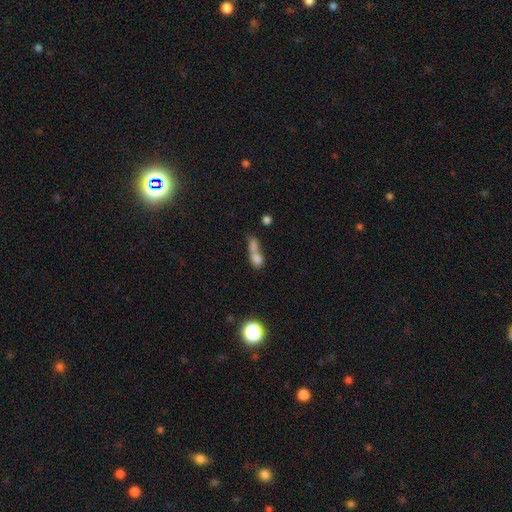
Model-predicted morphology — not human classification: The model was most divided on "how rounded": in between: 57%, round: 30%, cigar-shaped: 13%. More confident: smooth or featured — smooth (71%); merging — merger (70%).